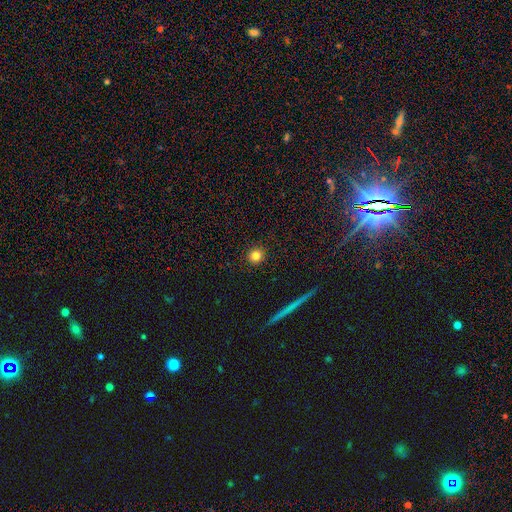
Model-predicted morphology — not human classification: Smooth or featured: smooth — 81% (star or artifact — 12%)
How rounded: round — 94% (in between — 5%)
Merging: none — 92% (minor disturbance — 5%)